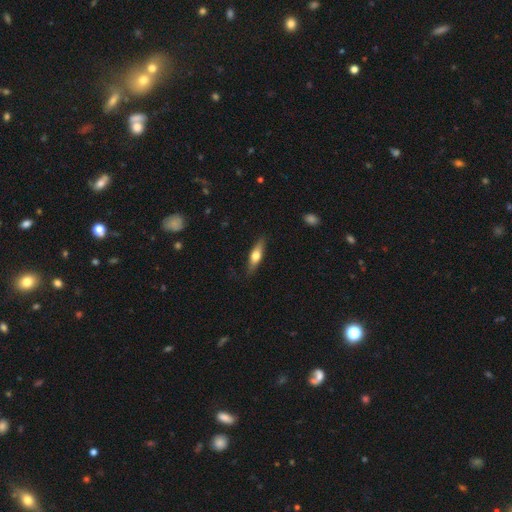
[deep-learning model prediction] Overall: smooth (52%; featured or disk 42%). How rounded: cigar-shaped (59%; in between 38%). Merging: none (84%).